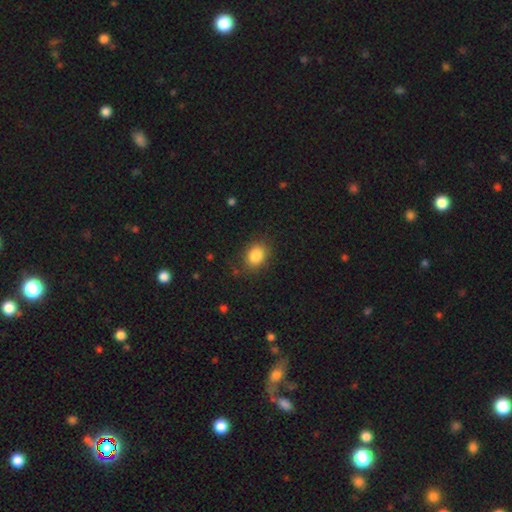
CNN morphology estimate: Smooth or featured? smooth (85%)
How rounded? in between (52%)
Merging? none (82%)